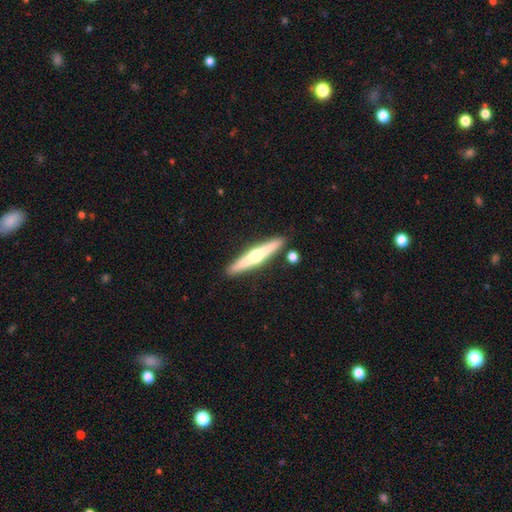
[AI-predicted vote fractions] The model was most divided on "smooth or featured": featured or disk: 63%, smooth: 31%, star or artifact: 5%. More confident: edge-on disk — yes (97%); edge-on bulge — rounded (91%); merging — none (88%).